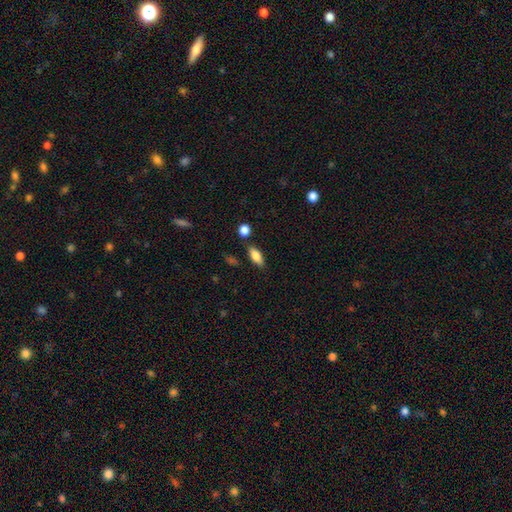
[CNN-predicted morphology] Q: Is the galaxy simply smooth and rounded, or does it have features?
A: smooth — 79%.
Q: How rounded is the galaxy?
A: in between — 78%.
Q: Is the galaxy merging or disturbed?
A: none — 81%.